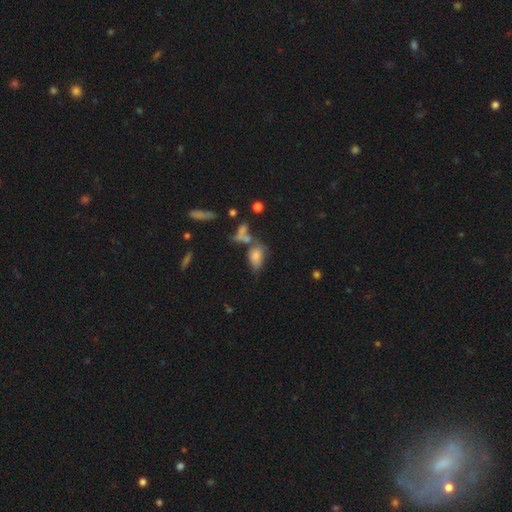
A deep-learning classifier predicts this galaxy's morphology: smooth 72%, featured or disk 15%, star or artifact 13%. Down the decision tree: how rounded — in between (86%); merging — none (42%).